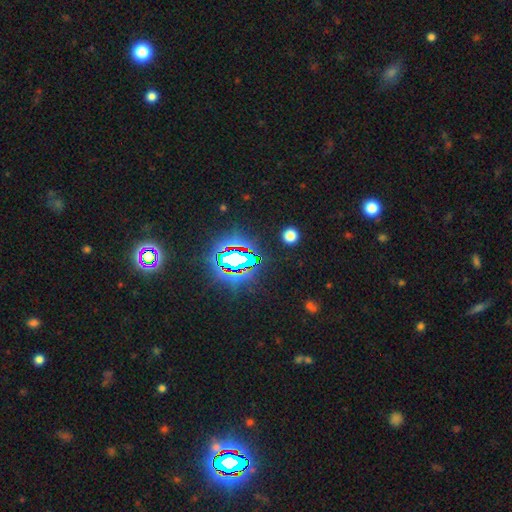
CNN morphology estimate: A star or artifact, not a galaxy (82%).

Vote fractions:
- Smooth or featured? star or artifact: 82% / smooth: 10% / featured or disk: 7%